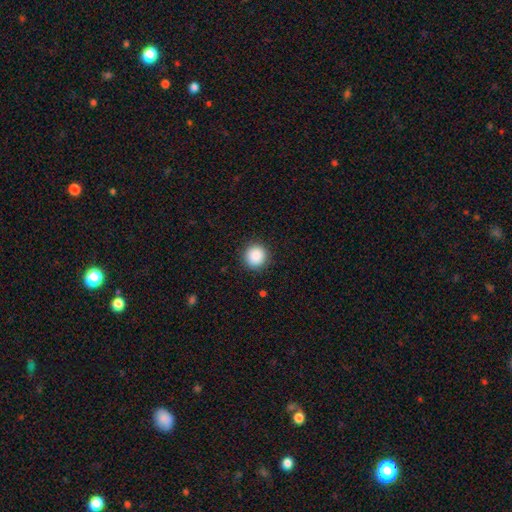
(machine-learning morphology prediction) type=smooth (89%); roundness=round (93%); merging=none (91%).